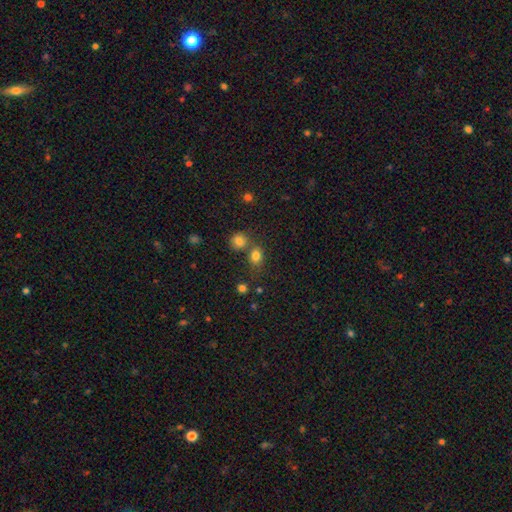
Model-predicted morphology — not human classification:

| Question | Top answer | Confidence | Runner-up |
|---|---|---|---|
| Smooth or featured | smooth | 79% | star or artifact (14%) |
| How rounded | round | 59% | in between (40%) |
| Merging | none | 56% | merger (29%) |